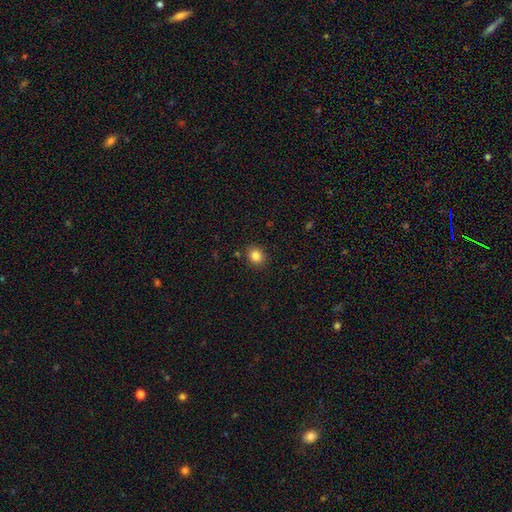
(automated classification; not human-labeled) smooth 85%, star or artifact 11%, featured or disk 5%. Down the decision tree: how rounded — round (69%); merging — none (88%).